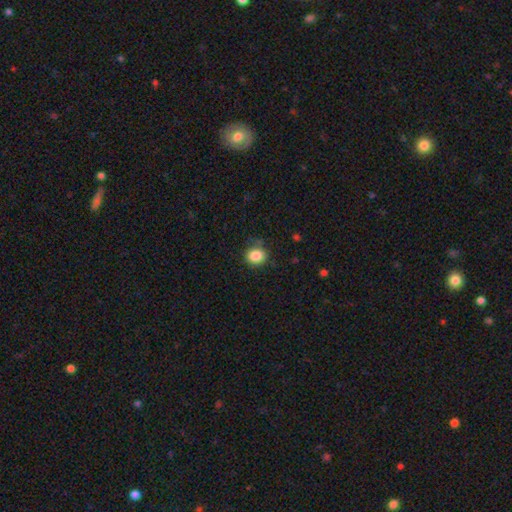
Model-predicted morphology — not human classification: Smooth or featured: smooth — 86% (star or artifact — 10%)
How rounded: round — 69% (in between — 30%)
Merging: none — 82% (minor disturbance — 13%)